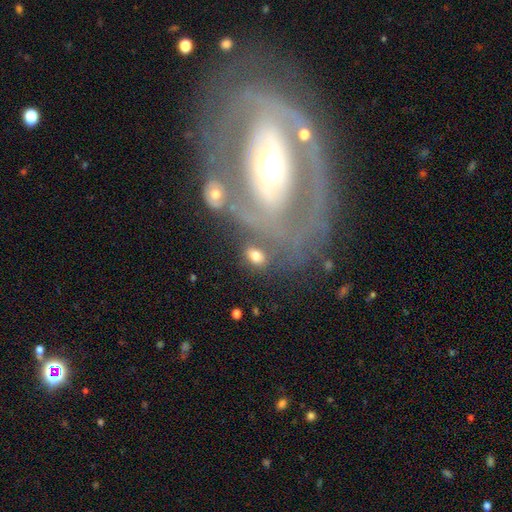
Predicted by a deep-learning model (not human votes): Q: Smooth or featured?
A: smooth (69%); runner-up: featured or disk (20%)
Q: How rounded?
A: in between (79%); runner-up: round (19%)
Q: Merging?
A: none (62%); runner-up: minor disturbance (16%)